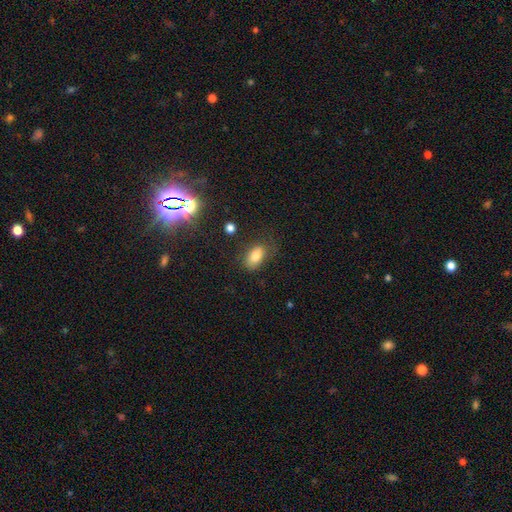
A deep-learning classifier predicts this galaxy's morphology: Q: Smooth or featured?
A: smooth (81%); runner-up: star or artifact (10%)
Q: How rounded?
A: in between (90%); runner-up: round (7%)
Q: Merging?
A: none (71%); runner-up: minor disturbance (20%)